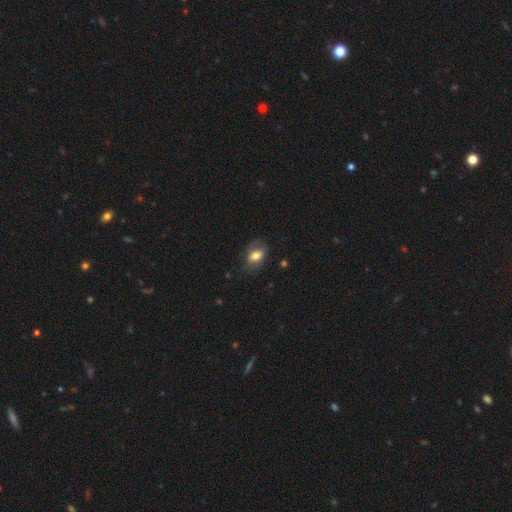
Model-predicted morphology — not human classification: smooth-or-featured: smooth: 63% | featured or disk: 29% | star or artifact: 8%
  how-rounded: in between: 86% | round: 11% | cigar-shaped: 3%
  merging: none: 58% | minor disturbance: 25% | major disturbance: 15% | merger: 2%